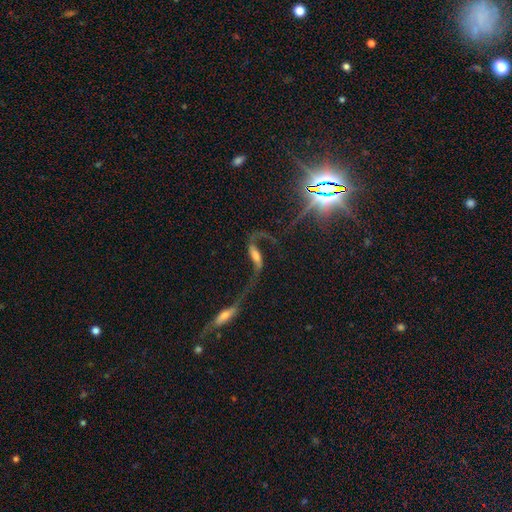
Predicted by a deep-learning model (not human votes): Overall: featured or disk (75%). Edge-on disk: no (87%). Bar: strong (37%; weak 34%). Spiral arms: yes (90%). Spiral arm count: 2 (89%). Spiral winding: loose (89%). Bulge size: moderate (32%; small 24%). Merging: none (36%; major disturbance 26%).